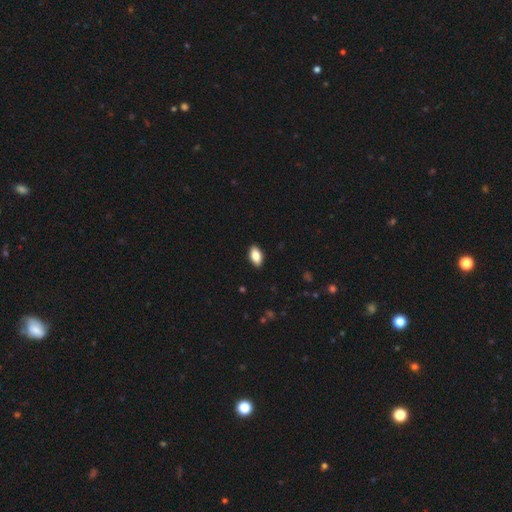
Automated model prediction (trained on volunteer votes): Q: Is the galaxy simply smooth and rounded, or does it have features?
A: smooth — 84%.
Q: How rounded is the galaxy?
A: in between — 93%.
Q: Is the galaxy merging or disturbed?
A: none — 90%.